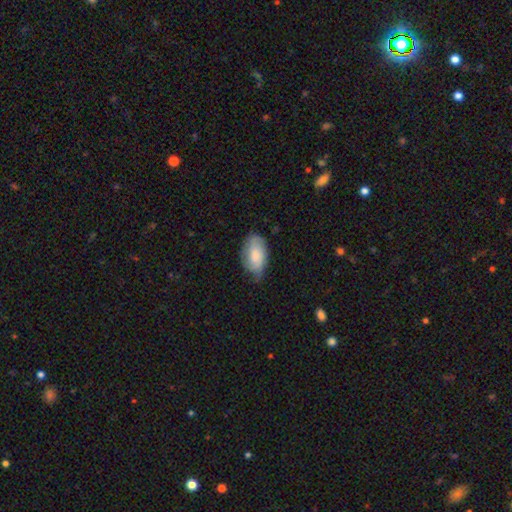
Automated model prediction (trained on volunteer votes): Smooth or featured? Predicted: smooth (p=0.67). How rounded? Predicted: in between (p=0.93). Merging? Predicted: none (p=0.53).